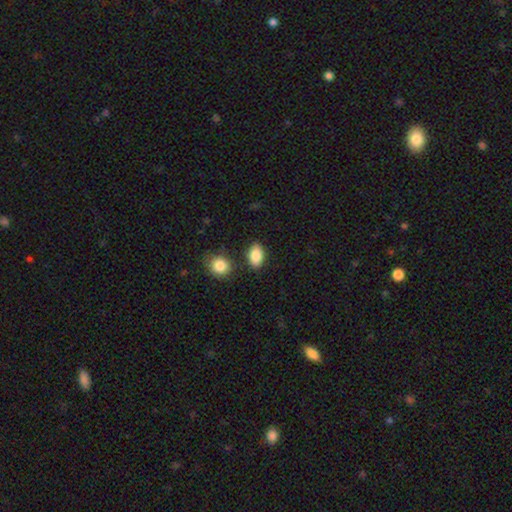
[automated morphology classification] Q: Smooth or featured?
A: smooth (87%); runner-up: star or artifact (7%)
Q: How rounded?
A: in between (87%); runner-up: round (11%)
Q: Merging?
A: none (79%); runner-up: minor disturbance (12%)